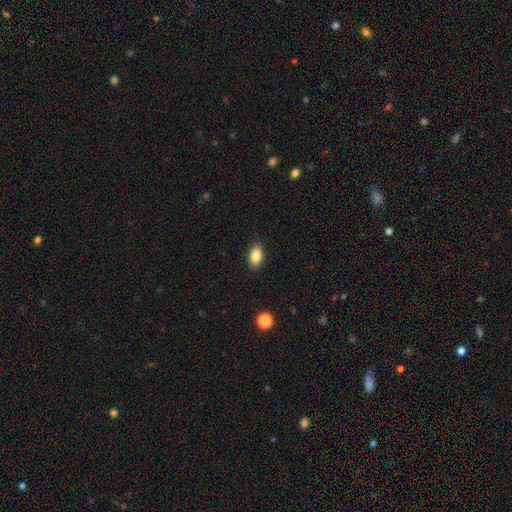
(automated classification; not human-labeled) A smooth galaxy with no disk features (85%) that is in between round and cigar-shaped (90%).

Vote fractions:
- Smooth or featured? smooth: 85% / star or artifact: 8% / featured or disk: 7%
- How rounded? in between: 90% / round: 7% / cigar-shaped: 3%
- Merging? none: 88% / minor disturbance: 9% / major disturbance: 2% / merger: 1%